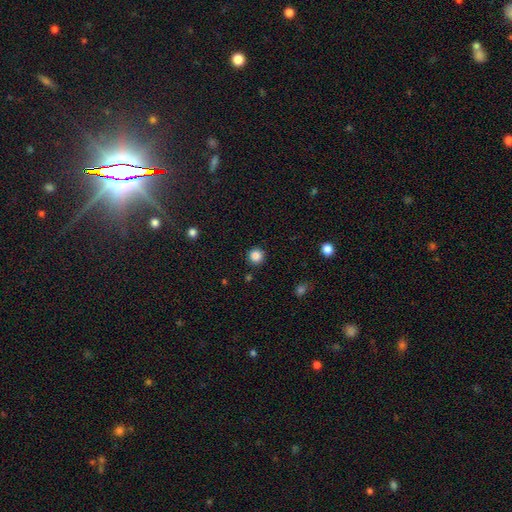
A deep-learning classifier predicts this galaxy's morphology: Smooth or featured? Predicted: smooth (p=0.86). How rounded? Predicted: round (p=0.95). Merging? Predicted: none (p=0.91).